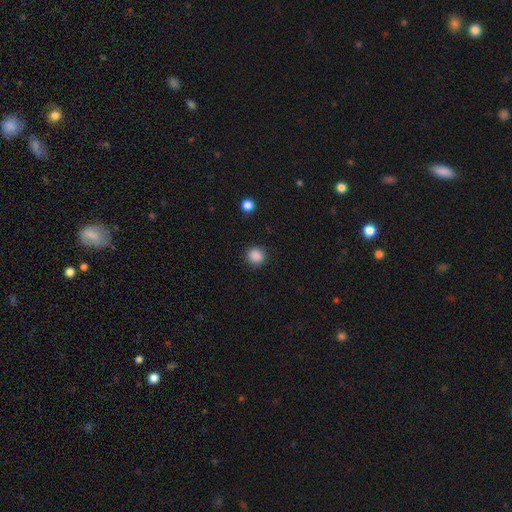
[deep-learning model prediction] Smooth or featured?
  - smooth: 87% *
  - star or artifact: 10%
  - featured or disk: 2%
How rounded?
  - round: 89% *
  - in between: 10%
  - cigar-shaped: 1%
Merging?
  - none: 90% *
  - minor disturbance: 7%
  - major disturbance: 2%
  - merger: 1%